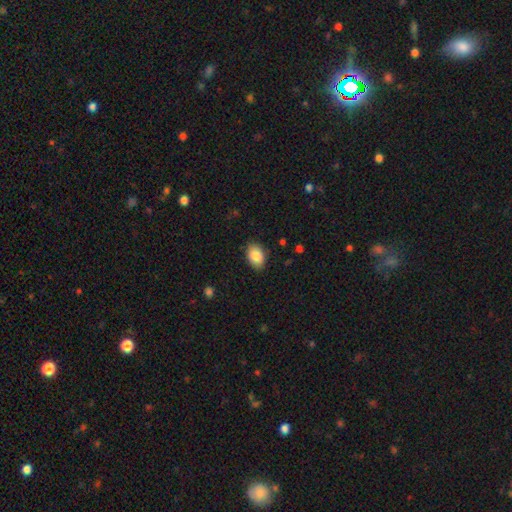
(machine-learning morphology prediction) The model was most divided on "how rounded": in between: 84%, round: 15%, cigar-shaped: 1%. More confident: merging — none (87%); smooth or featured — smooth (86%).